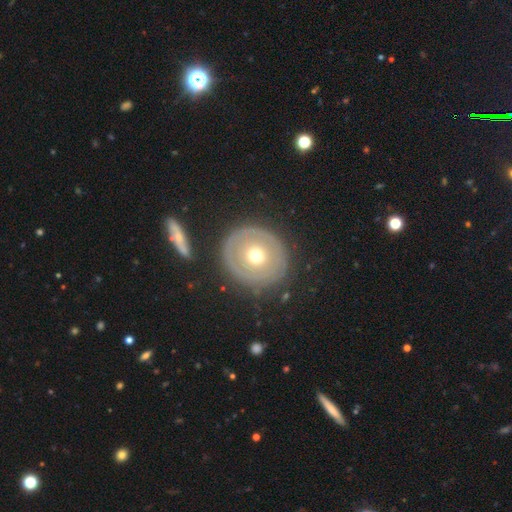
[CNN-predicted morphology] Smooth or featured? Predicted: featured or disk (p=0.54). Edge-on disk? Predicted: no (p=0.94). Bar? Predicted: no (p=0.89). Spiral arms? Predicted: no (p=0.70). Bulge size? Predicted: moderate (p=0.67). Merging? Predicted: none (p=0.79).